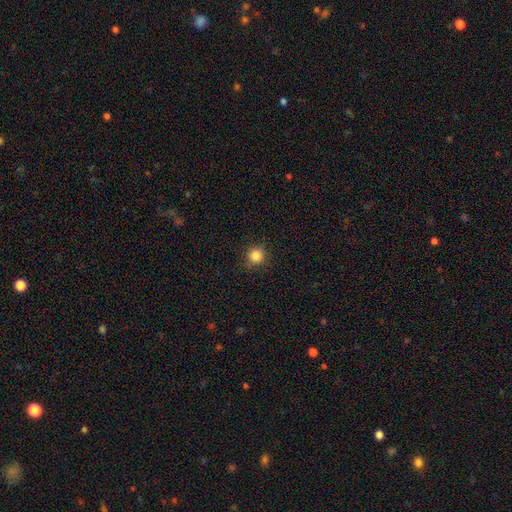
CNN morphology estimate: This appears to be a smooth galaxy with no disk features (84%) that is round (94%). Merging: none (90%).